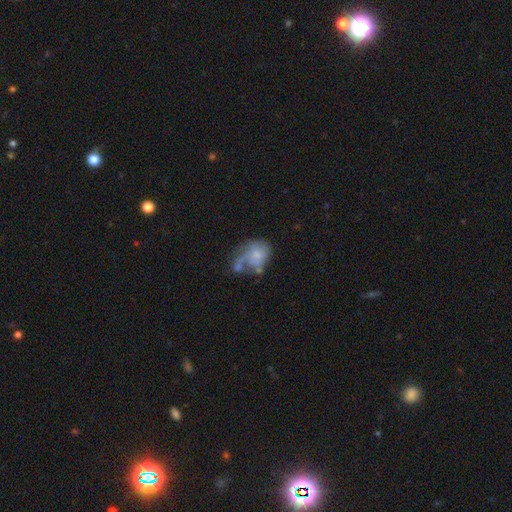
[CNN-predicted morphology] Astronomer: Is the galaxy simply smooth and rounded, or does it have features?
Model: smooth — 49% (runner-up: featured or disk, 42%).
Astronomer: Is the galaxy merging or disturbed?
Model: major disturbance — 33% (runner-up: none, 24%).